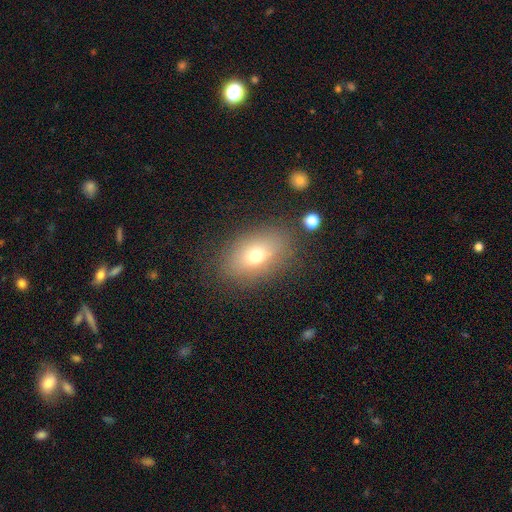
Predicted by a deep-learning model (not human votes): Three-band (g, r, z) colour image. It shows a smooth galaxy with no disk features (69%) that is in between round and cigar-shaped (82%). Merging: none (80%).